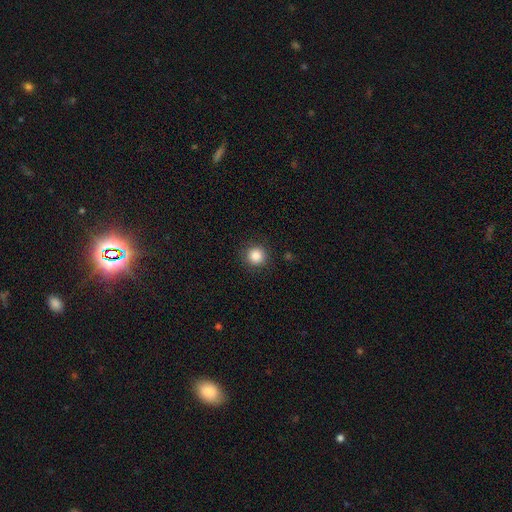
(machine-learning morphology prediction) smooth-or-featured: smooth: 86% | star or artifact: 10% | featured or disk: 4%
  how-rounded: round: 94% | in between: 5% | cigar-shaped: 1%
  merging: none: 90% | minor disturbance: 6% | major disturbance: 2% | merger: 1%